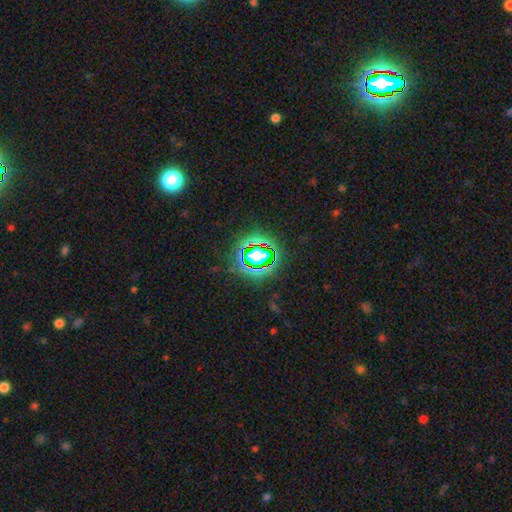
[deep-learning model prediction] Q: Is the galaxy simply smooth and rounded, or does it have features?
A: star or artifact — 64%.